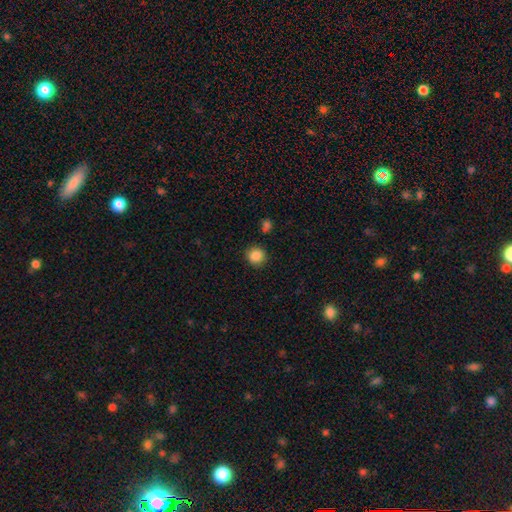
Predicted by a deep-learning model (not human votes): This is clearly a smooth galaxy (86%). How rounded: clearly round (90%). Merging: clearly none (88%).